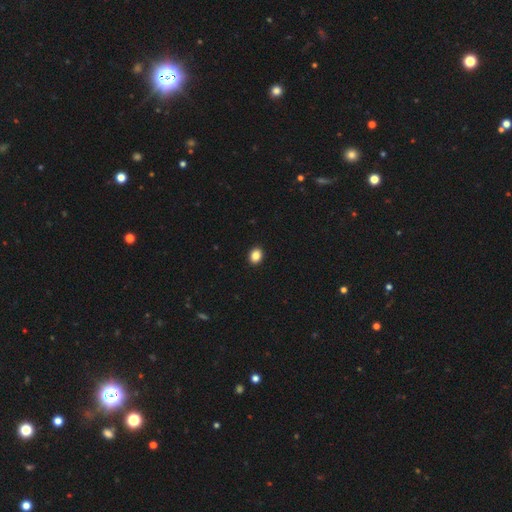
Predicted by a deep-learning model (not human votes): smooth 86%, star or artifact 9%, featured or disk 4%. Down the decision tree: how rounded — round (50%); merging — none (92%).